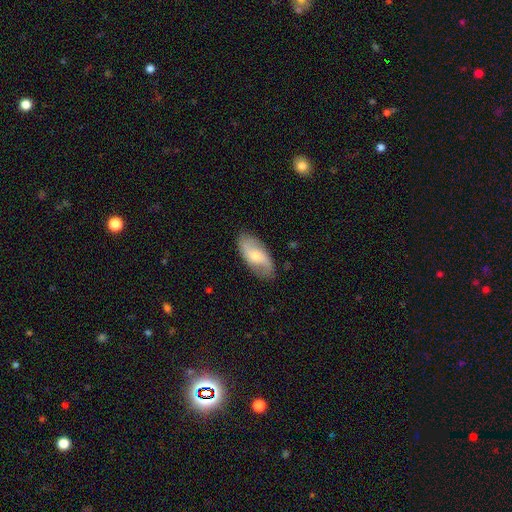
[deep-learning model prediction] Smooth or featured: featured or disk — 54% (smooth — 40%)
Edge-on disk: no — 92% (yes — 8%)
Merging: none — 82% (minor disturbance — 14%)